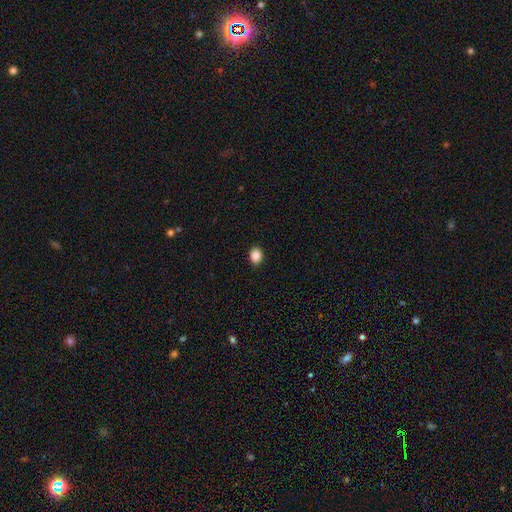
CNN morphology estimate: The model was most divided on "how rounded": in between: 62%, round: 37%, cigar-shaped: 1%. More confident: merging — none (91%); smooth or featured — smooth (88%).